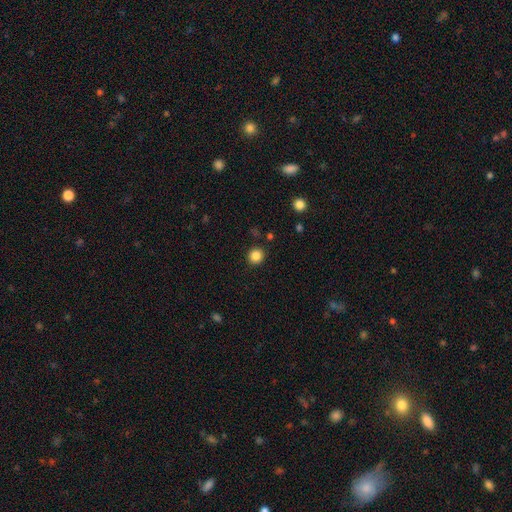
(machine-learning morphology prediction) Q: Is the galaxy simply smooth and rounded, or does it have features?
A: smooth — 85%.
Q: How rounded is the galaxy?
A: round — 90%.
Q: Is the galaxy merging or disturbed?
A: none — 90%.